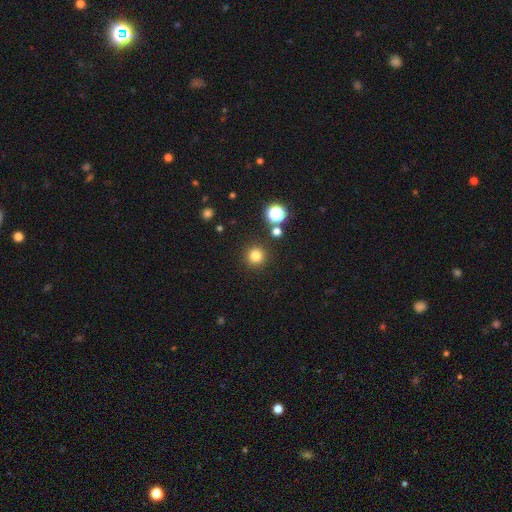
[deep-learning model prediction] This appears to be a smooth galaxy with no disk features (79%) that is round (95%). Merging: none (89%).